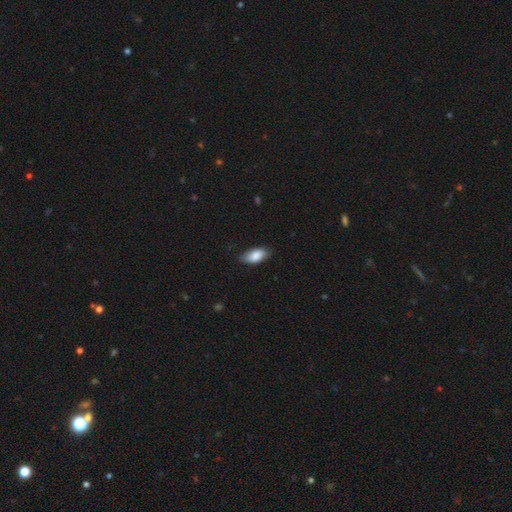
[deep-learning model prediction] This appears to be a smooth galaxy with no disk features (84%) that is in between round and cigar-shaped (90%). Merging: none (79%).